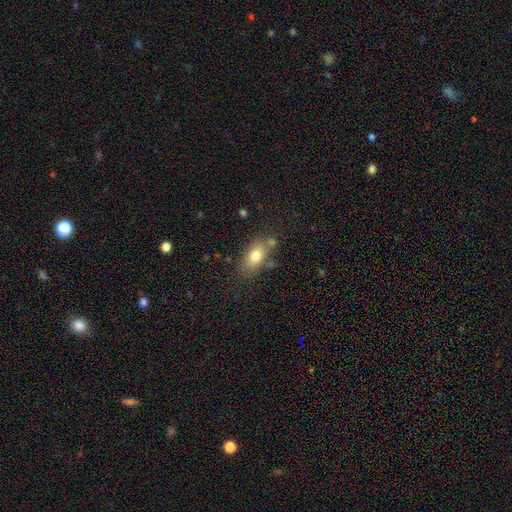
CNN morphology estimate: Smooth or featured? Predicted: smooth (p=0.77). How rounded? Predicted: in between (p=0.85). Merging? Predicted: none (p=0.70).